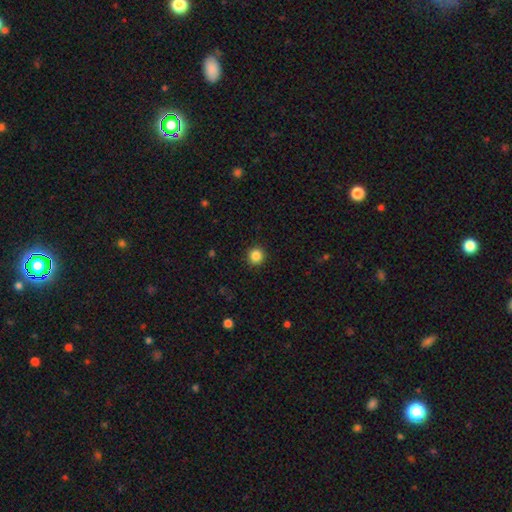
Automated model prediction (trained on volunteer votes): Smooth or featured?
  - smooth: 86% *
  - star or artifact: 10%
  - featured or disk: 4%
How rounded?
  - round: 94% *
  - in between: 5%
  - cigar-shaped: 1%
Merging?
  - none: 93% *
  - minor disturbance: 5%
  - major disturbance: 2%
  - merger: 1%